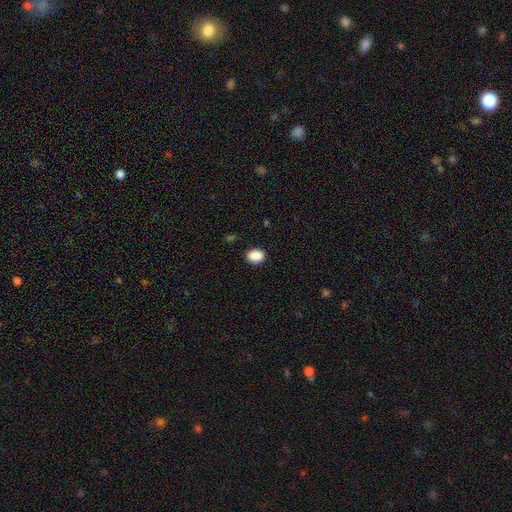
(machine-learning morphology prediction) smooth-or-featured: smooth: 89% | star or artifact: 8% | featured or disk: 3%
  how-rounded: in between: 68% | round: 31% | cigar-shaped: 1%
  merging: none: 88% | minor disturbance: 8% | major disturbance: 2% | merger: 1%